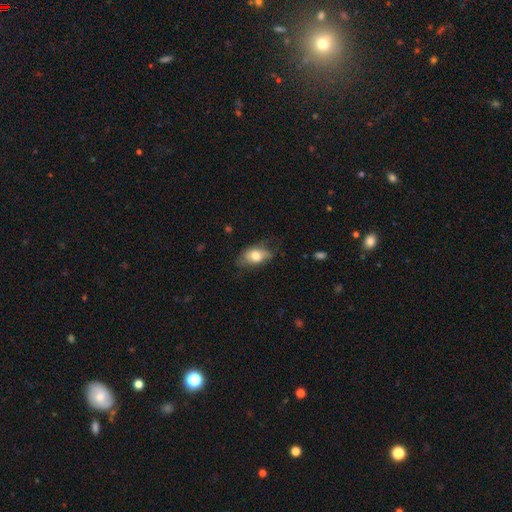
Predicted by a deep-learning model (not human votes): smooth_or_featured: smooth (p=0.72) [alt: featured or disk p=0.21]
how_rounded: in between (p=0.87) [alt: round p=0.10]
merging: none (p=0.53) [alt: minor disturbance p=0.32]